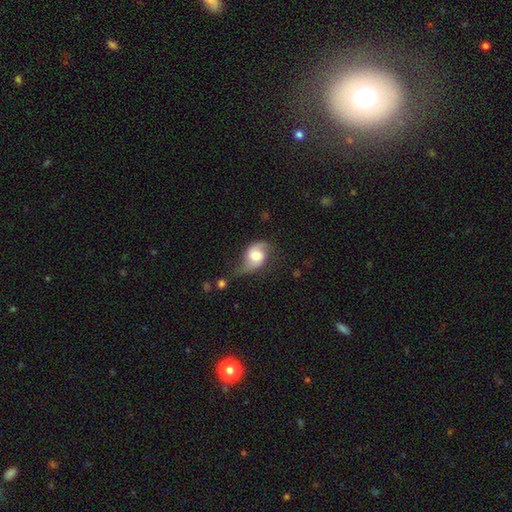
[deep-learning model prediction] Q: Smooth or featured?
A: featured or disk (59%); runner-up: smooth (33%)
Q: Edge-on disk?
A: no (96%); runner-up: yes (4%)
Q: Bar?
A: no (60%); runner-up: weak (33%)
Q: Spiral arms?
A: yes (89%); runner-up: no (11%)
Q: Spiral winding?
A: loose (61%); runner-up: medium (29%)
Q: Spiral arm count?
A: 2 (83%); runner-up: 1 (10%)
Q: Bulge size?
A: large (42%); runner-up: moderate (34%)
Q: Merging?
A: none (37%); runner-up: minor disturbance (35%)